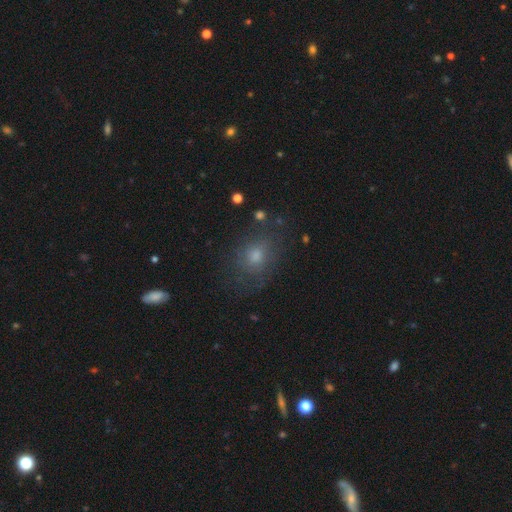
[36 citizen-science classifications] A smooth galaxy with no disk features (72%) that is in between round and cigar-shaped (62%).

Vote fractions:
- Smooth or featured? smooth: 72% / featured or disk: 19% / star or artifact: 8%
- How rounded? in between: 62% / round: 38% / cigar-shaped: 0%
- Merging? none: 61% / minor disturbance: 24% / major disturbance: 9% / merger: 6%